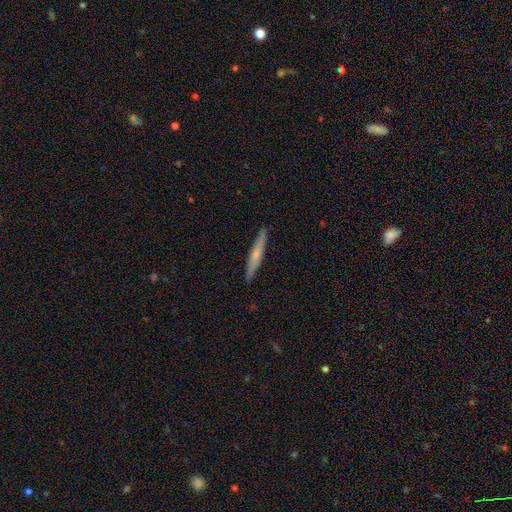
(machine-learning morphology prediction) A smooth galaxy with no disk features (53%) that is cigar-shaped (93%). Merging: none (87%).